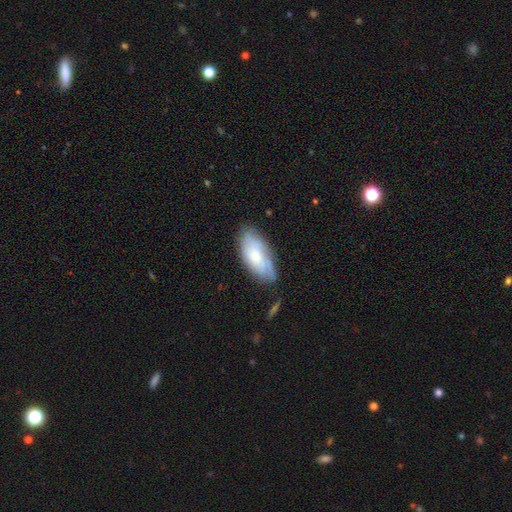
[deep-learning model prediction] Q: Smooth or featured?
A: smooth (58%); runner-up: featured or disk (35%)
Q: How rounded?
A: in between (90%); runner-up: cigar-shaped (8%)
Q: Merging?
A: none (65%); runner-up: minor disturbance (26%)